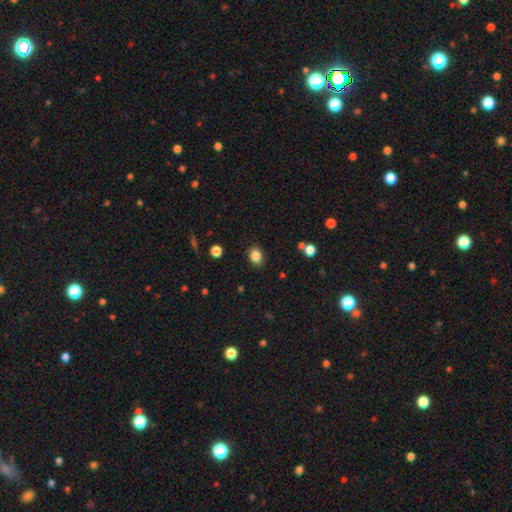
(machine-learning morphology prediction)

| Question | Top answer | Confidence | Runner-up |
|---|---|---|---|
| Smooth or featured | smooth | 85% | star or artifact (10%) |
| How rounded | in between | 64% | round (35%) |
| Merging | none | 87% | minor disturbance (9%) |